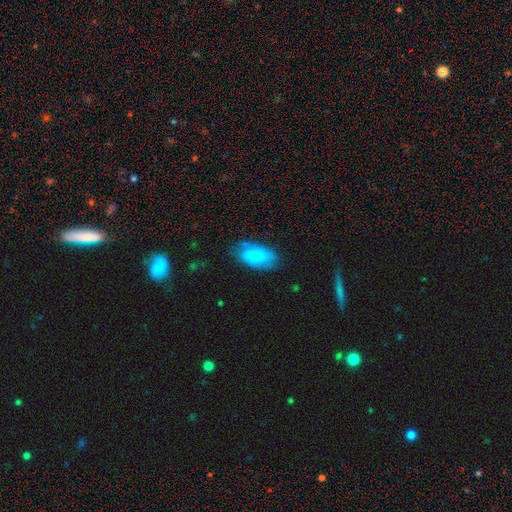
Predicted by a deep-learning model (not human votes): Smooth or featured?
  - smooth: 71% *
  - featured or disk: 23%
  - star or artifact: 7%
How rounded?
  - in between: 94% *
  - round: 3%
  - cigar-shaped: 3%
Merging?
  - none: 68% *
  - minor disturbance: 24%
  - major disturbance: 6%
  - merger: 2%